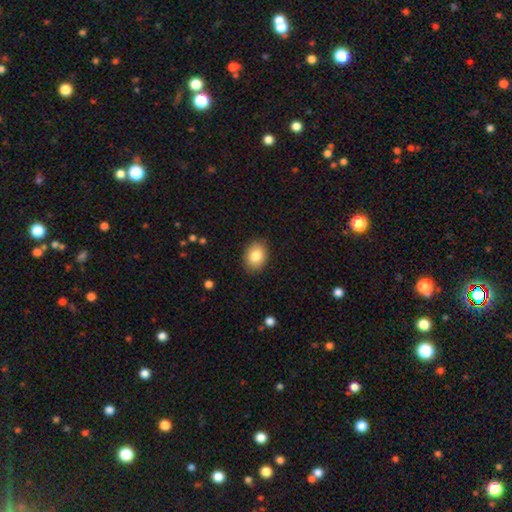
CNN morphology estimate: Smooth or featured?
  - smooth: 84% *
  - featured or disk: 9%
  - star or artifact: 8%
How rounded?
  - in between: 68% *
  - round: 31%
  - cigar-shaped: 1%
Merging?
  - none: 88% *
  - minor disturbance: 9%
  - major disturbance: 2%
  - merger: 1%